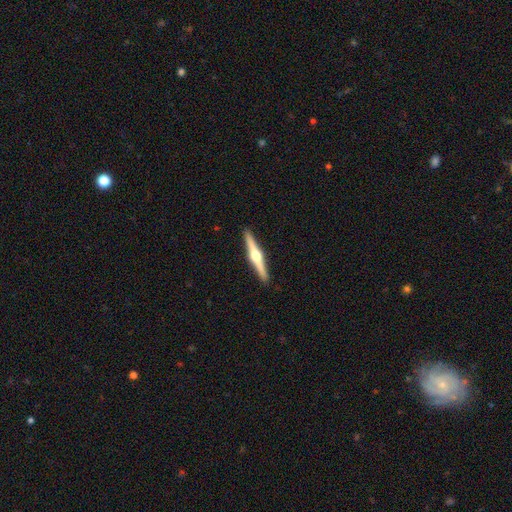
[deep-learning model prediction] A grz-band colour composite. It shows a featured or disk galaxy (78%) viewed edge-on (98%) with a rounded central bulge (96%). Merging: none (93%).